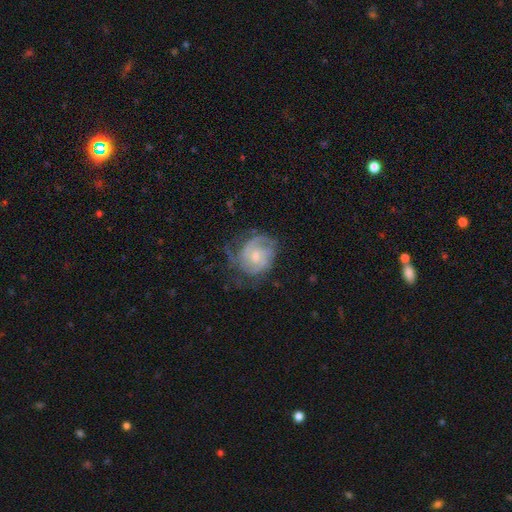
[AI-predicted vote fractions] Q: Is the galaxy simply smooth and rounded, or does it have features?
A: featured or disk — 81%.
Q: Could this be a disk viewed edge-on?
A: no — 98%.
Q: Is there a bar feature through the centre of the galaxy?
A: no — 58%.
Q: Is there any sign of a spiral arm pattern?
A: yes — 94%.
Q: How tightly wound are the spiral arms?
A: tight — 56%.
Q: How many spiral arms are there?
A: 2 — 35%.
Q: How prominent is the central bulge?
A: small — 53%.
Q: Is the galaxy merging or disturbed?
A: none — 57%.